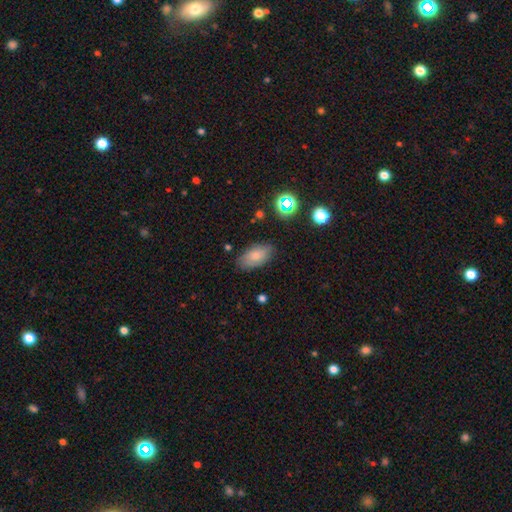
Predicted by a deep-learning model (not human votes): smooth 75%, featured or disk 15%, star or artifact 10%. Down the decision tree: how rounded — in between (91%); merging — none (80%).